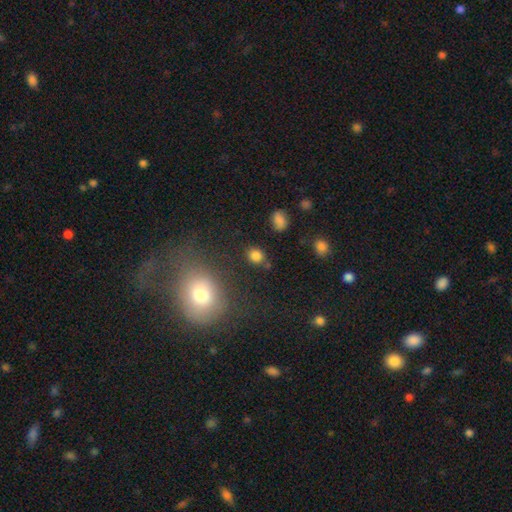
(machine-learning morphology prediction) A smooth galaxy with no disk features (82%) that is round (67%). Merging: none (77%).